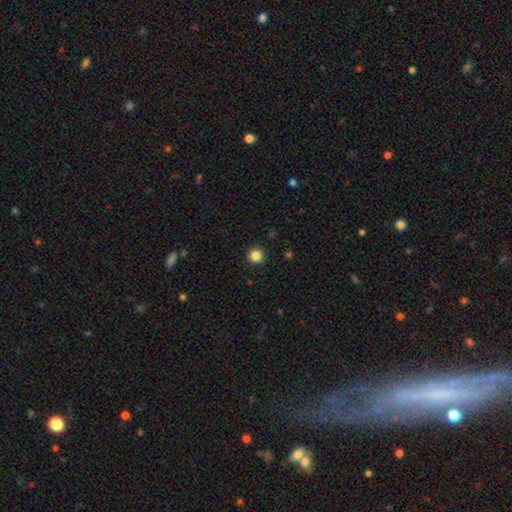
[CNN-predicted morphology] smooth 84%, star or artifact 12%, featured or disk 4%. Down the decision tree: how rounded — round (96%); merging — none (93%).